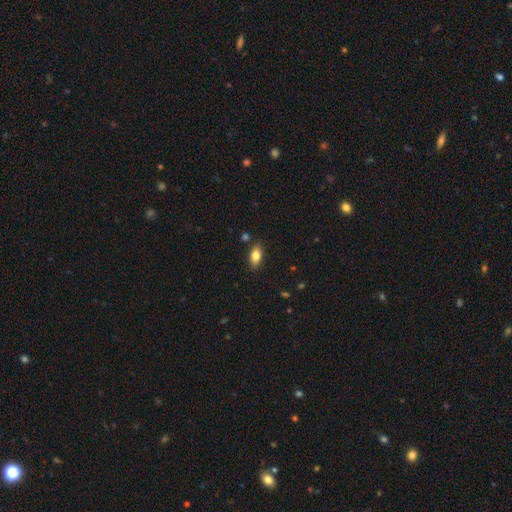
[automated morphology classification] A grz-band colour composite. It shows a smooth galaxy with no disk features (80%) that is in between round and cigar-shaped (88%). Merging: none (84%).